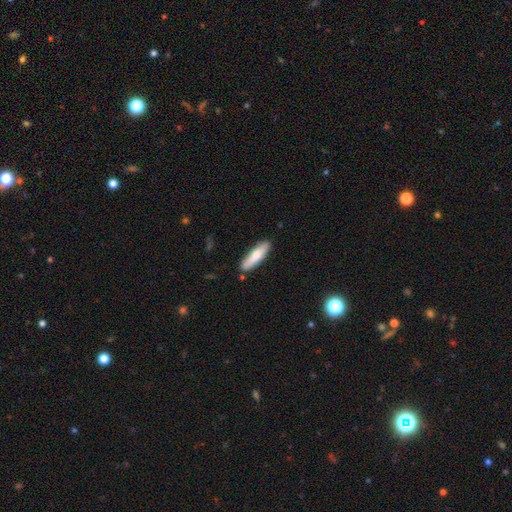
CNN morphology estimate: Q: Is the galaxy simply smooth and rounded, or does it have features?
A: smooth — 72%.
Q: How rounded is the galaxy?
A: cigar-shaped — 69%.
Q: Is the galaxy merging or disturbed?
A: none — 85%.